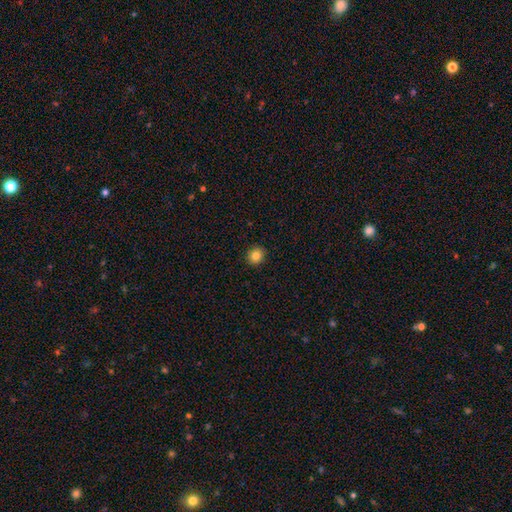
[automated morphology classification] A smooth galaxy with no disk features (84%) that is round (86%). Merging: none (92%).